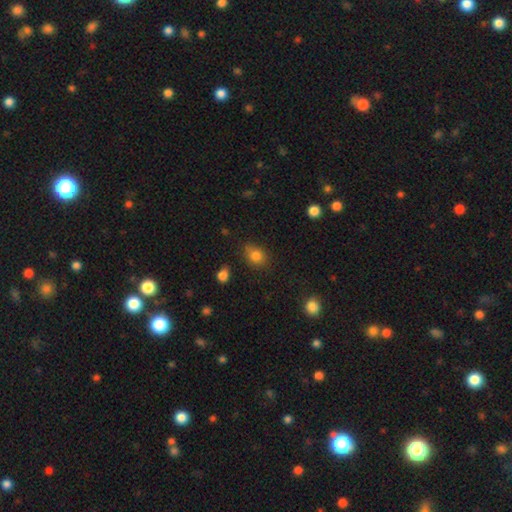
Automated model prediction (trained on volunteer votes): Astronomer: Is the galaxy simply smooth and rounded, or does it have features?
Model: smooth — 84%.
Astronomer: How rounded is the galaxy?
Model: in between — 53% (runner-up: round, 46%).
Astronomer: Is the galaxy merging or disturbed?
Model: none — 71%.